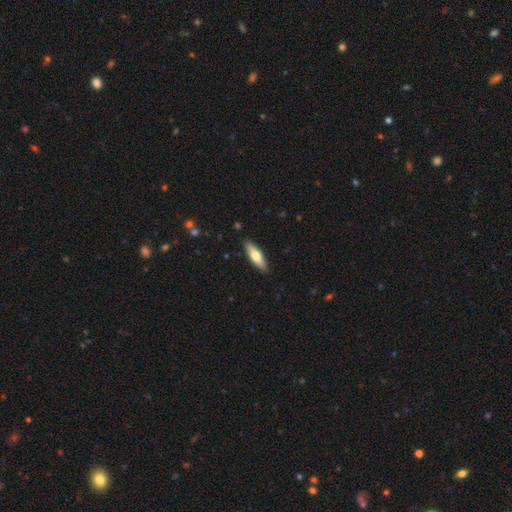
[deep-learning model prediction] Smooth or featured? smooth (56%)
How rounded? cigar-shaped (60%)
Merging? none (89%)